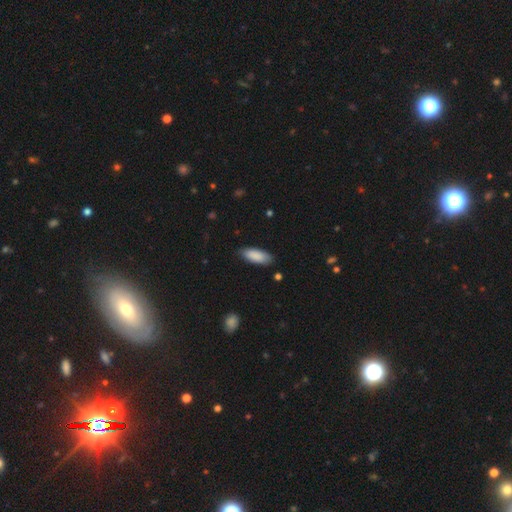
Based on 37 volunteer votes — Smooth or featured? 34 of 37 (92%) said smooth. How rounded? 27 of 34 (79%) said in between. Merging? 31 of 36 (86%) said none.